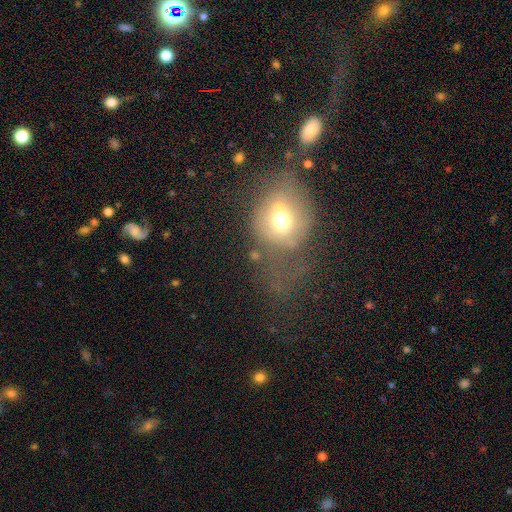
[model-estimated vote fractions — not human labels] Morphology: type=smooth (57%); roundness=round (59%); merging=major disturbance (34%).